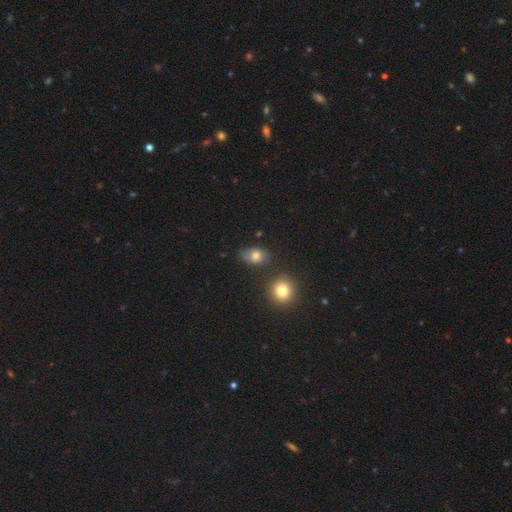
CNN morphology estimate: Smooth or featured? smooth (77%)
How rounded? in between (70%)
Merging? none (64%)